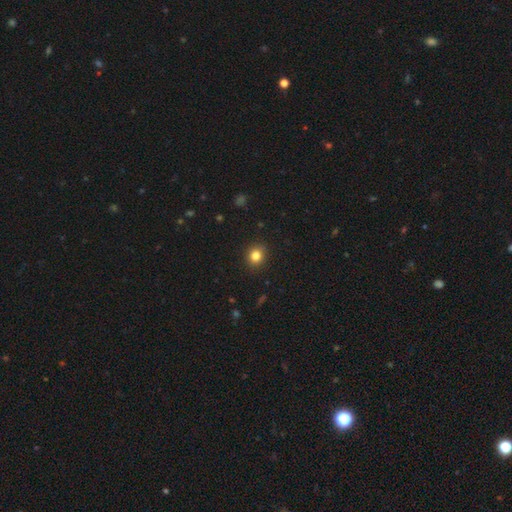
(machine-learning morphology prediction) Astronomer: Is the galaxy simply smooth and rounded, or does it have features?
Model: smooth — 82%.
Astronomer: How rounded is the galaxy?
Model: round — 78%.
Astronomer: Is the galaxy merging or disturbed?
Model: none — 91%.